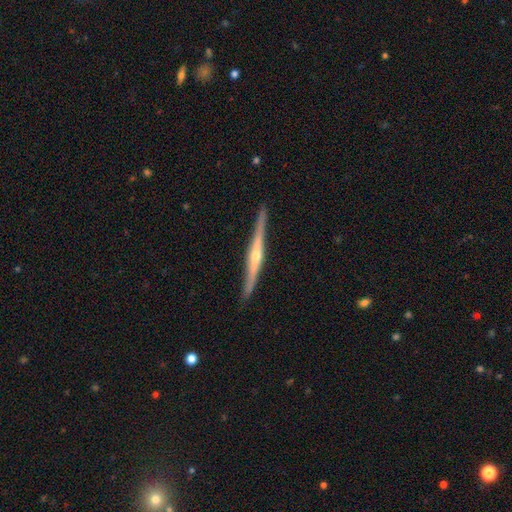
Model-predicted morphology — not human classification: smooth_or_featured: featured or disk (p=0.83) [alt: smooth p=0.12]
disk_edge_on: yes (p=0.98) [alt: no p=0.02]
edge_on_bulge: rounded (p=0.84) [alt: none p=0.10]
merging: none (p=0.91) [alt: minor disturbance p=0.07]